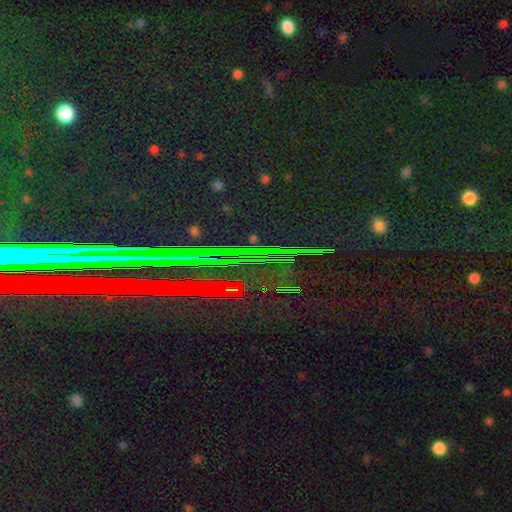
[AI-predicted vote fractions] smooth_or_featured: star or artifact (p=0.85) [alt: featured or disk p=0.08]